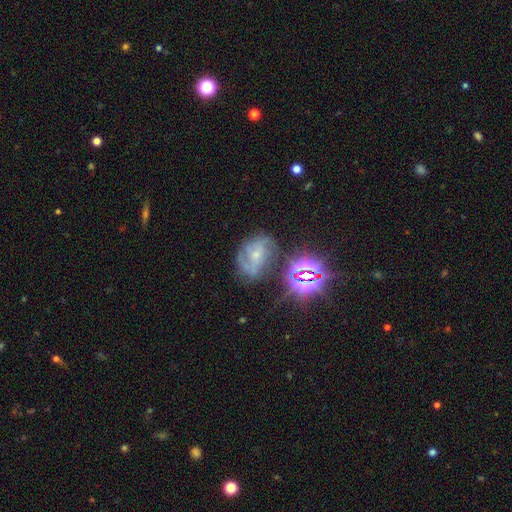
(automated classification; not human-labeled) A featured or disk galaxy (67%) with no bar (58%), 2 (32%) medium (45%) spiral arms (90%) and a small central bulge (70%). Merging: none (58%).